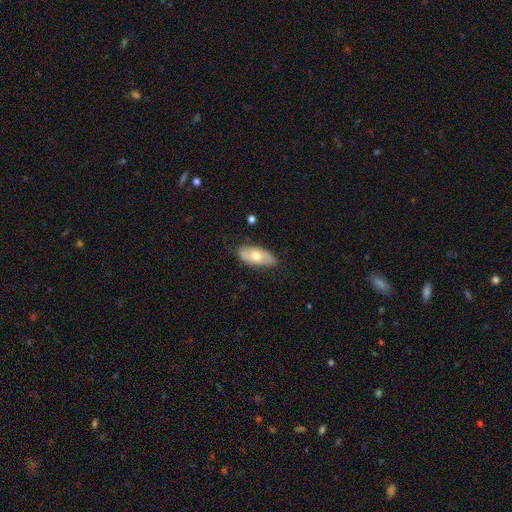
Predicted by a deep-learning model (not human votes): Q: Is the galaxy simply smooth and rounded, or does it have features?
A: smooth — 59%.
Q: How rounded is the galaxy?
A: in between — 89%.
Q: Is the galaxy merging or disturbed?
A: none — 76%.